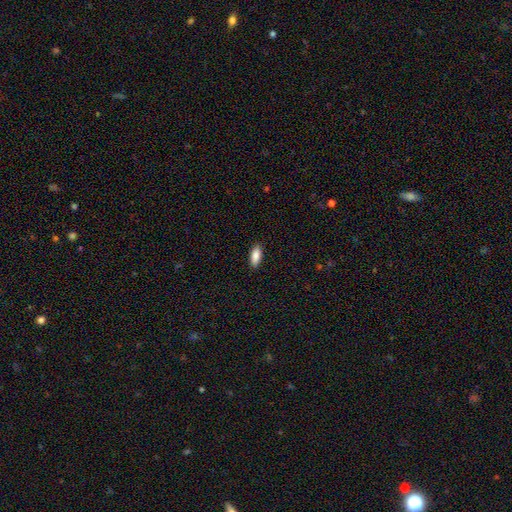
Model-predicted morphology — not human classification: smooth 88%, star or artifact 6%, featured or disk 6%. Down the decision tree: how rounded — in between (81%); merging — none (90%).